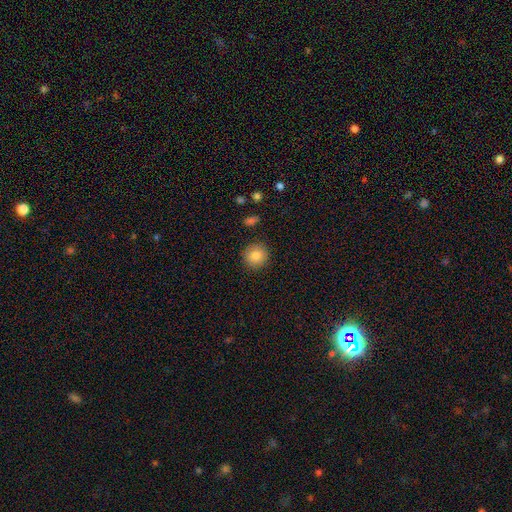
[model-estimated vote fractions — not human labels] smooth-or-featured: smooth: 84% | star or artifact: 9% | featured or disk: 7%
  how-rounded: round: 92% | in between: 7% | cigar-shaped: 1%
  merging: none: 90% | minor disturbance: 7% | major disturbance: 2% | merger: 1%